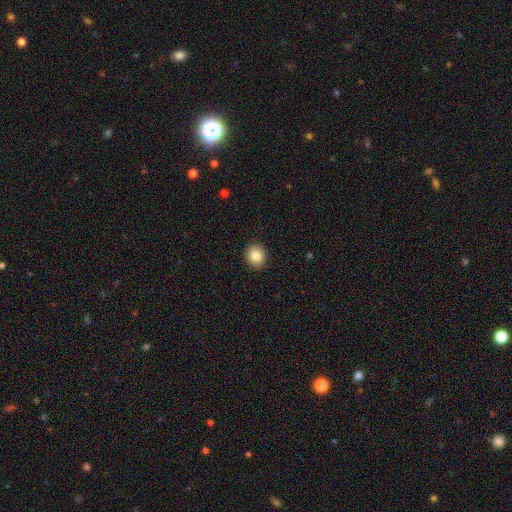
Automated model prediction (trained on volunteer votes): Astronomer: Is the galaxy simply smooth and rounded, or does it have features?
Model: smooth — 84%.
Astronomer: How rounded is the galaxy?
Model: round — 78%.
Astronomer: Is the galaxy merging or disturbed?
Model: none — 92%.